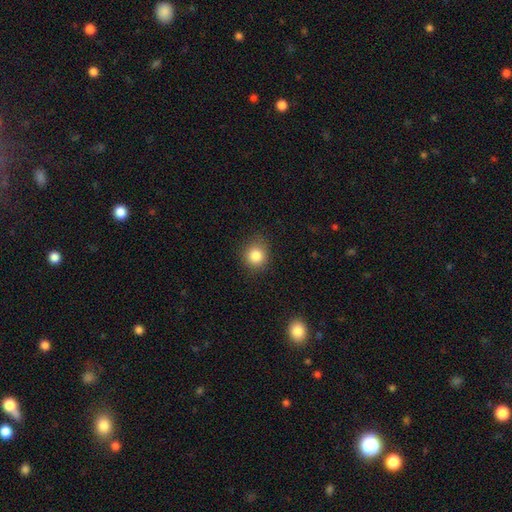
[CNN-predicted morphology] Overall: smooth (84%). How rounded: round (81%). Merging: none (82%).